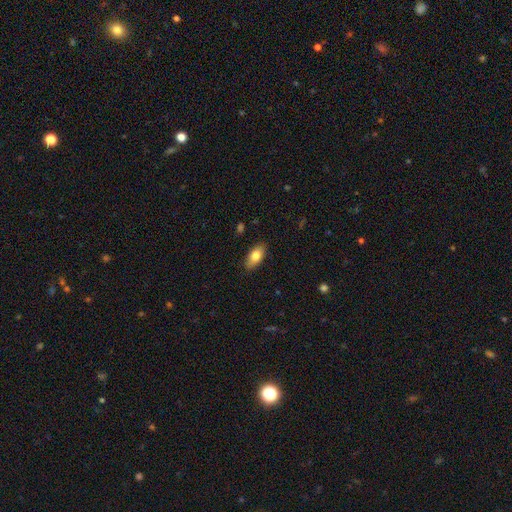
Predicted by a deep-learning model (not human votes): Q: Smooth or featured?
A: smooth (80%); runner-up: featured or disk (14%)
Q: How rounded?
A: in between (90%); runner-up: cigar-shaped (7%)
Q: Merging?
A: none (88%); runner-up: minor disturbance (9%)